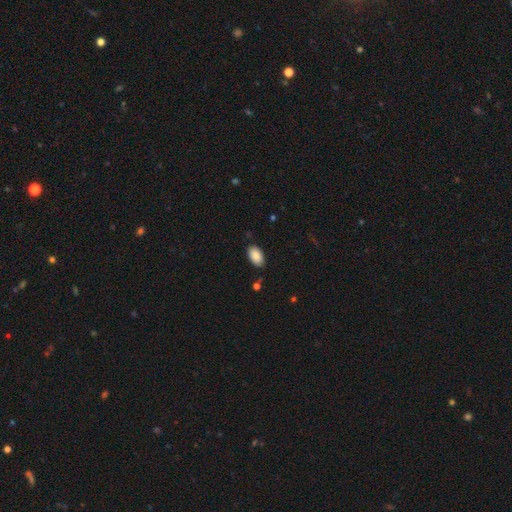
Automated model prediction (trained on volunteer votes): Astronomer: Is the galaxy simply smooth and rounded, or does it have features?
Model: smooth — 88%.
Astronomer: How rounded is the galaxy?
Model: in between — 94%.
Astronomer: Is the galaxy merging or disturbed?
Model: none — 84%.